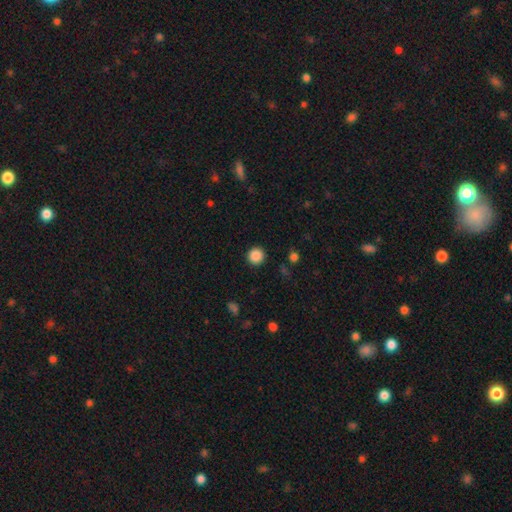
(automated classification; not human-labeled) Smooth or featured?
  - smooth: 87% *
  - star or artifact: 10%
  - featured or disk: 3%
How rounded?
  - round: 95% *
  - in between: 4%
  - cigar-shaped: 1%
Merging?
  - none: 92% *
  - minor disturbance: 5%
  - major disturbance: 2%
  - merger: 1%